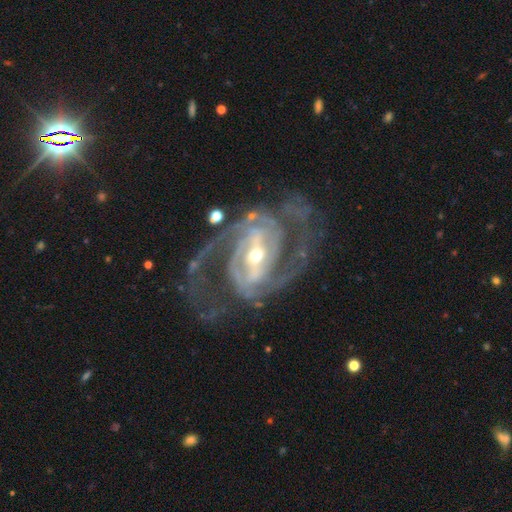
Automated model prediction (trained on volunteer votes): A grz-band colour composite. It shows a featured or disk galaxy (93%) with a strong bar (57%), 2 (70%) medium (54%) spiral arms (98%) and a small central bulge (49%). Merging: none (64%).